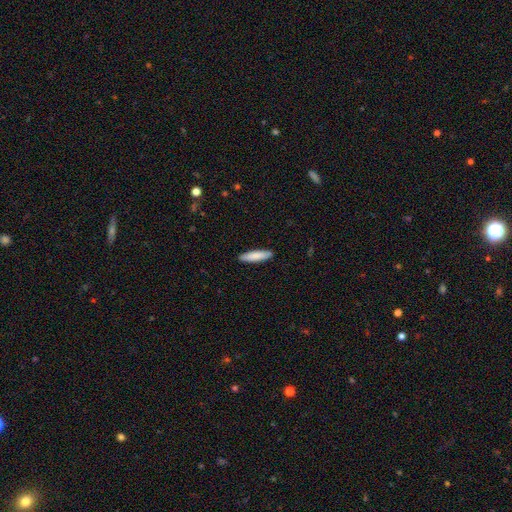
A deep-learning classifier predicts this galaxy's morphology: smooth 84%, featured or disk 10%, star or artifact 5%. Down the decision tree: how rounded — cigar-shaped (74%); merging — none (90%).